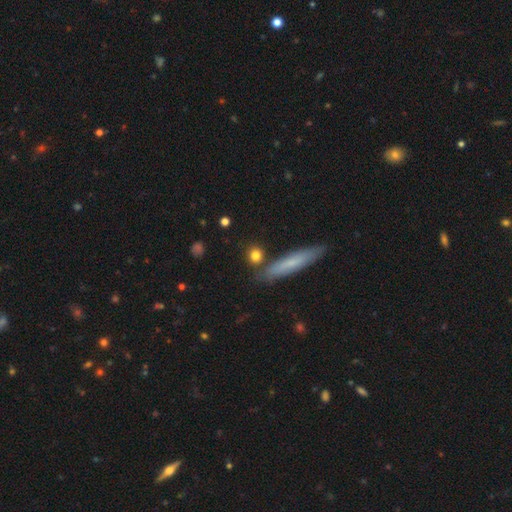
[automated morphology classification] Q: Smooth or featured?
A: smooth (82%); runner-up: featured or disk (10%)
Q: How rounded?
A: round (66%); runner-up: in between (18%)
Q: Merging?
A: none (79%); runner-up: minor disturbance (10%)